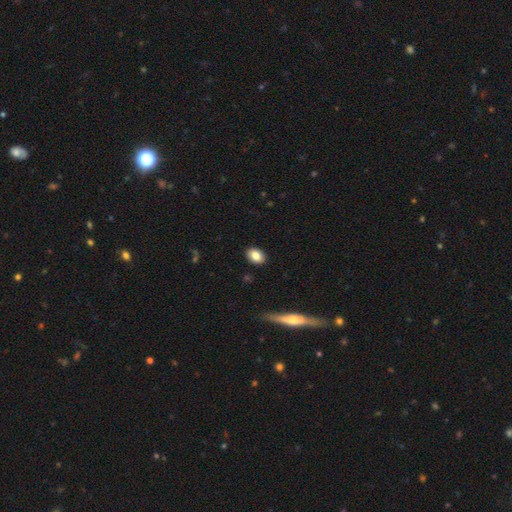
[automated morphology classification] This appears to be a smooth galaxy with no disk features (83%) that is in between round and cigar-shaped (78%). Merging: none (88%).